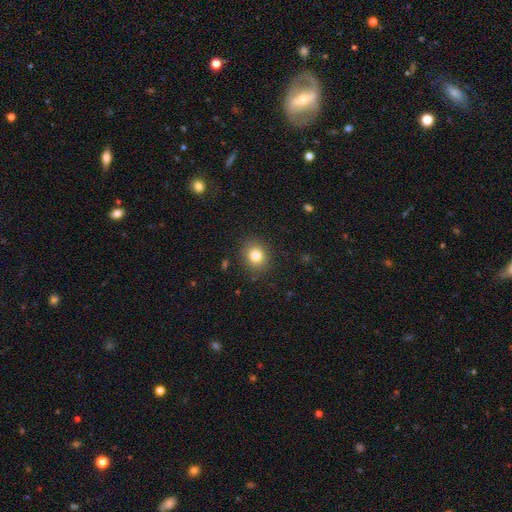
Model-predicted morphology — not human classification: A smooth galaxy with no disk features (81%) that is round (74%).

Vote fractions:
- Smooth or featured? smooth: 81% / star or artifact: 11% / featured or disk: 7%
- How rounded? round: 74% / in between: 25% / cigar-shaped: 1%
- Merging? none: 88% / minor disturbance: 8% / major disturbance: 3% / merger: 1%